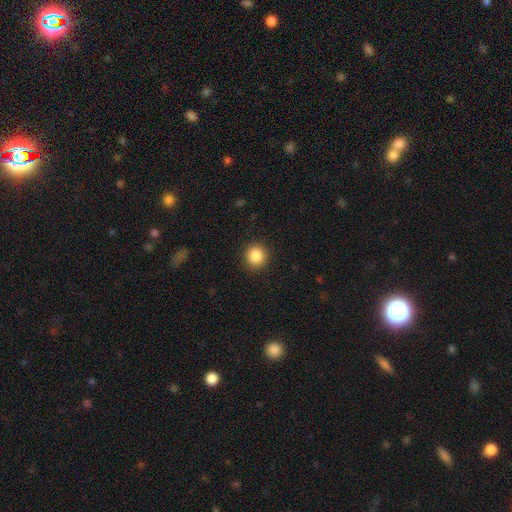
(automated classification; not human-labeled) This appears to be a smooth galaxy with no disk features (87%) that is round (89%). Merging: none (91%).